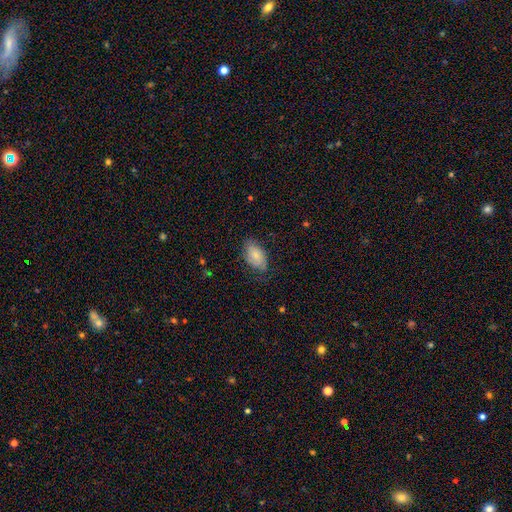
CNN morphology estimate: Smooth or featured?
  - smooth: 66% *
  - featured or disk: 27%
  - star or artifact: 7%
How rounded?
  - in between: 93% *
  - round: 5%
  - cigar-shaped: 2%
Merging?
  - none: 59% *
  - minor disturbance: 30%
  - major disturbance: 9%
  - merger: 1%